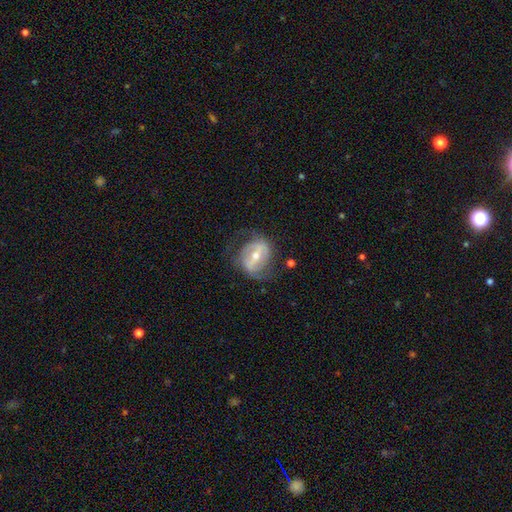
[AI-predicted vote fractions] Morphology: type=featured or disk (74%); edge-on=no (94%); bar=strong (54%); spiral arms=yes (65%); bulge=moderate (58%); merging=none (63%).